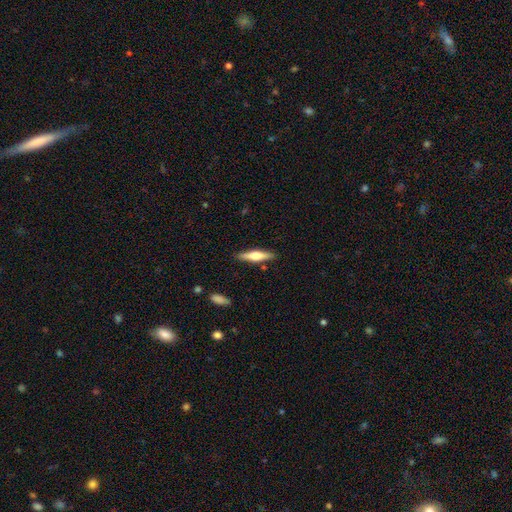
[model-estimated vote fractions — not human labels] Morphology: type=featured or disk (50%); merging=none (87%).